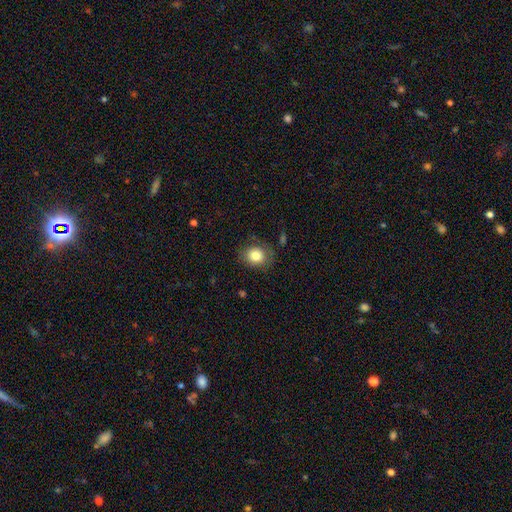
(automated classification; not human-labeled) The model was most divided on "how rounded": round: 64%, in between: 35%, cigar-shaped: 1%. More confident: smooth or featured — smooth (83%); merging — none (77%).